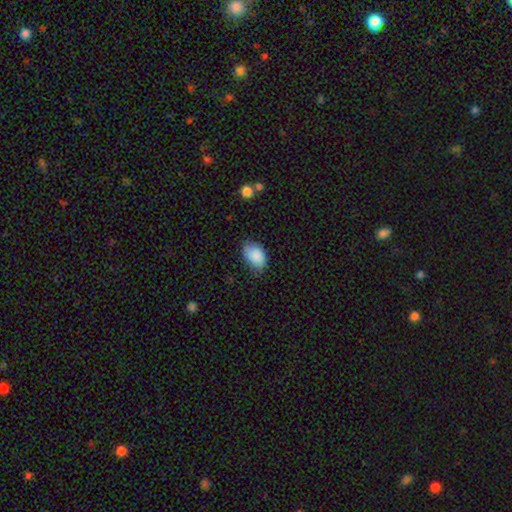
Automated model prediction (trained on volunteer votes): This appears to be a smooth galaxy with no disk features (88%) that is in between round and cigar-shaped (87%). Merging: none (69%).